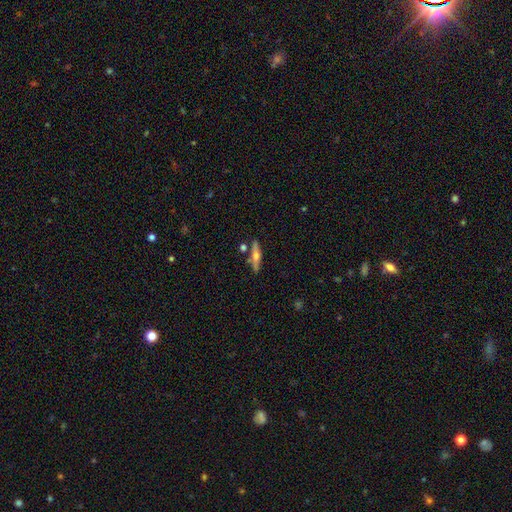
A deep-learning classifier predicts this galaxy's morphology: Smooth or featured? Predicted: featured or disk (p=0.55). Edge-on disk? Predicted: yes (p=0.92). Edge-on bulge? Predicted: rounded (p=0.91). Merging? Predicted: none (p=0.79).